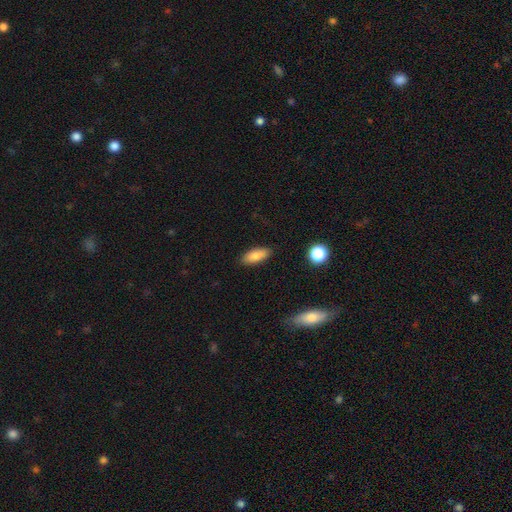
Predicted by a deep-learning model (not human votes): The model was most divided on "how rounded": in between: 81%, cigar-shaped: 17%, round: 3%. More confident: merging — none (87%); smooth or featured — smooth (84%).